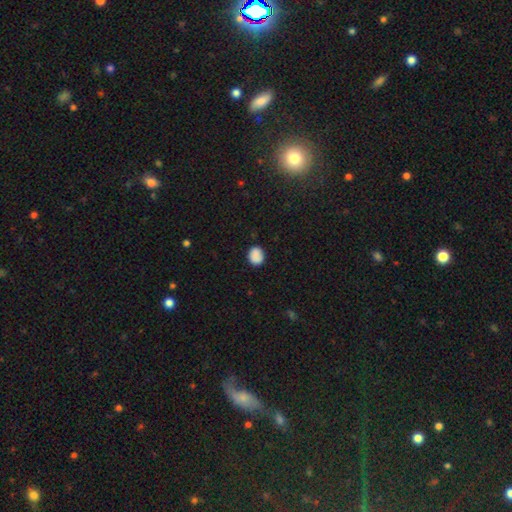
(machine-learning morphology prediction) The model was most divided on "how rounded": round: 55%, in between: 44%, cigar-shaped: 1%. More confident: smooth or featured — smooth (87%); merging — none (82%).